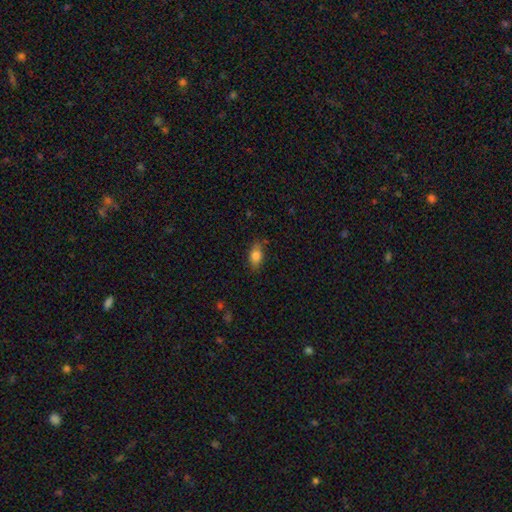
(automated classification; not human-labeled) Smooth or featured?
  - smooth: 79% *
  - featured or disk: 13%
  - star or artifact: 8%
How rounded?
  - in between: 84% *
  - cigar-shaped: 9%
  - round: 7%
Merging?
  - none: 77% *
  - minor disturbance: 17%
  - major disturbance: 4%
  - merger: 2%